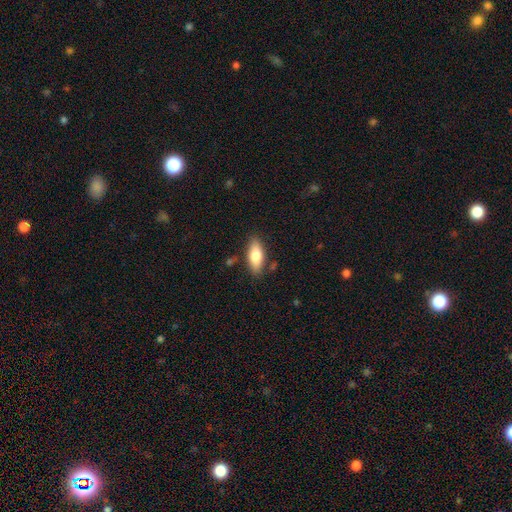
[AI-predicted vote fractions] The model was most divided on "smooth or featured": smooth: 76%, featured or disk: 18%, star or artifact: 6%. More confident: merging — none (82%); how rounded — in between (78%).